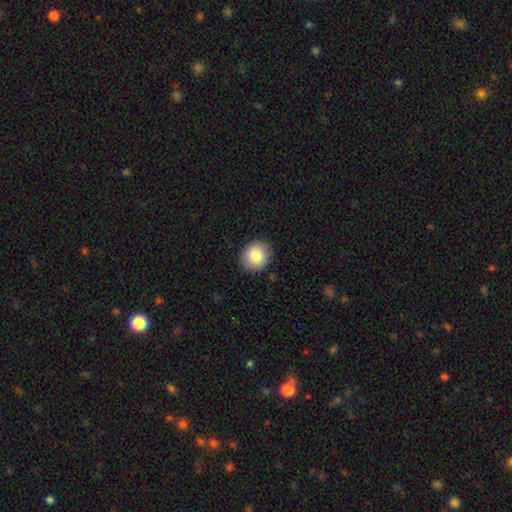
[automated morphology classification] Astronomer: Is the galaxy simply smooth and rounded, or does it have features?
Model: smooth — 85%.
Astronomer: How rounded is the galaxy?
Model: round — 75%.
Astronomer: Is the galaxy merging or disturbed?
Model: none — 88%.